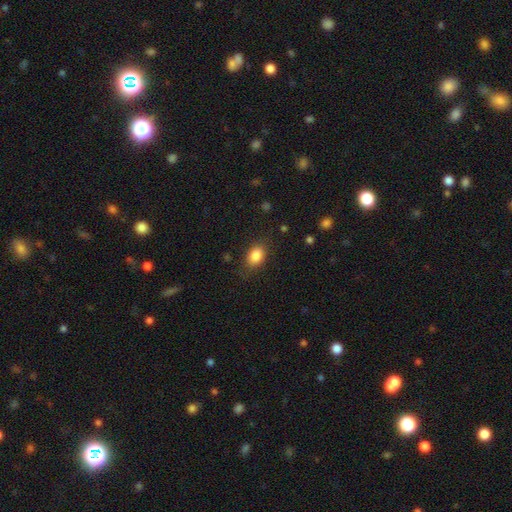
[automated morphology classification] Q: Smooth or featured?
A: smooth (85%); runner-up: star or artifact (8%)
Q: How rounded?
A: in between (76%); runner-up: round (22%)
Q: Merging?
A: none (78%); runner-up: minor disturbance (15%)